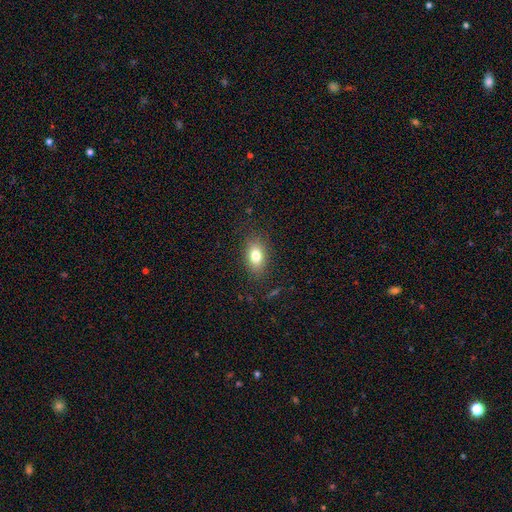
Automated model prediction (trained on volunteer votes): Smooth or featured: smooth — 79% (featured or disk — 12%)
How rounded: in between — 83% (round — 14%)
Merging: none — 85% (minor disturbance — 10%)